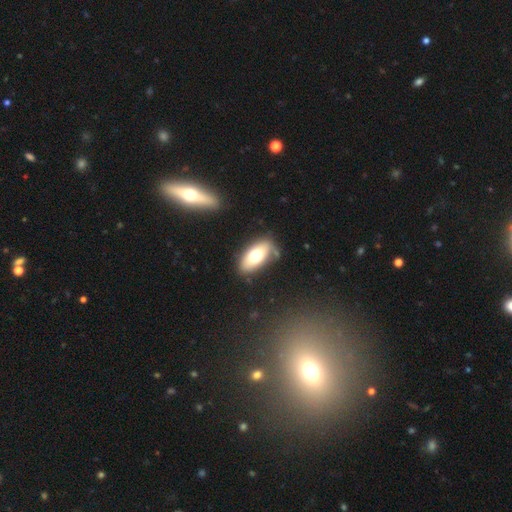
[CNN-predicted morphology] type=smooth (69%); roundness=in between (90%); merging=none (74%).